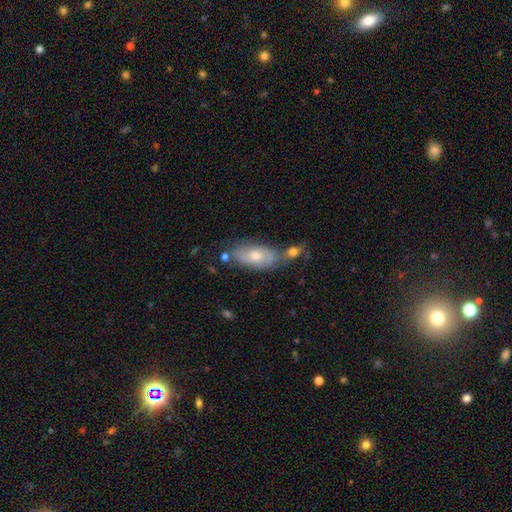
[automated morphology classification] Smooth or featured: smooth — 51% (featured or disk — 40%)
How rounded: in between — 85% (cigar-shaped — 11%)
Merging: none — 56% (merger — 21%)